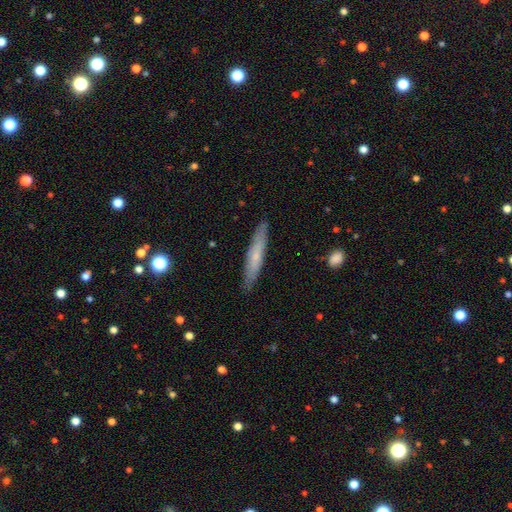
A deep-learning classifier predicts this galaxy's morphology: type=smooth (56%); roundness=cigar-shaped (92%); merging=none (88%).